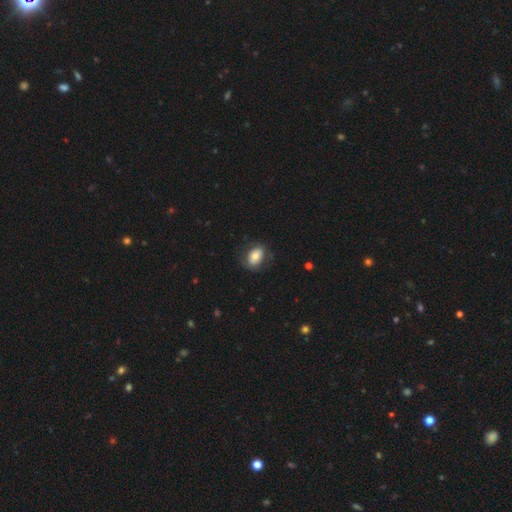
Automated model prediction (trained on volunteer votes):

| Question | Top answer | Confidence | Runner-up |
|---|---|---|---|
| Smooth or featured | smooth | 70% | featured or disk (22%) |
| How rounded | in between | 73% | round (26%) |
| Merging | none | 72% | minor disturbance (18%) |